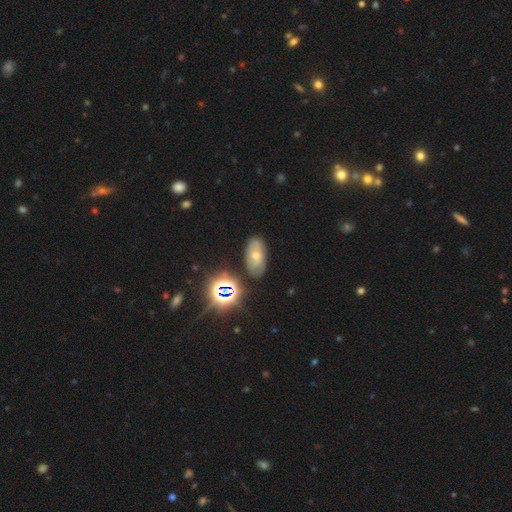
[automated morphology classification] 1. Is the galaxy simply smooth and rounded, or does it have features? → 38% star or artifact, 33% featured or disk, 29% smooth.